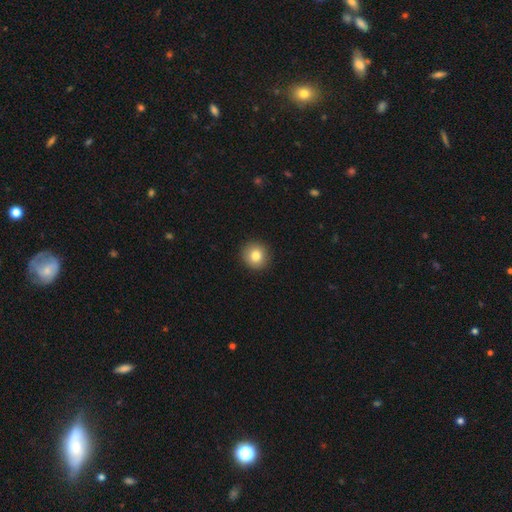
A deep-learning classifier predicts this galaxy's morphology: Q: Smooth or featured?
A: smooth (81%); runner-up: star or artifact (10%)
Q: How rounded?
A: round (92%); runner-up: in between (7%)
Q: Merging?
A: none (92%); runner-up: minor disturbance (5%)